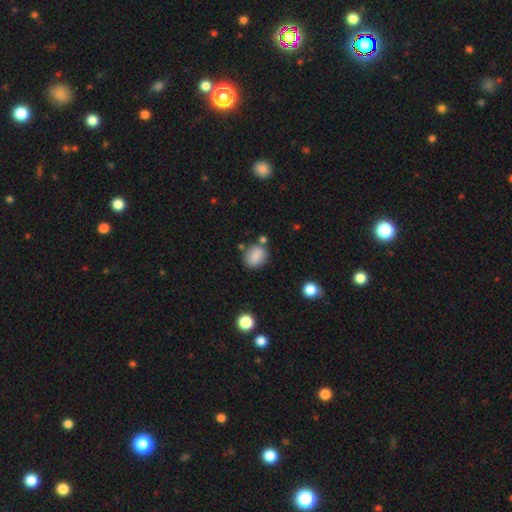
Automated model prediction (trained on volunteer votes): smooth-or-featured: smooth: 83% | star or artifact: 9% | featured or disk: 8%
  how-rounded: in between: 49% (tied) | round: 49% (tied) | cigar-shaped: 1%
  merging: none: 73% | minor disturbance: 15% | merger: 8% | major disturbance: 4%